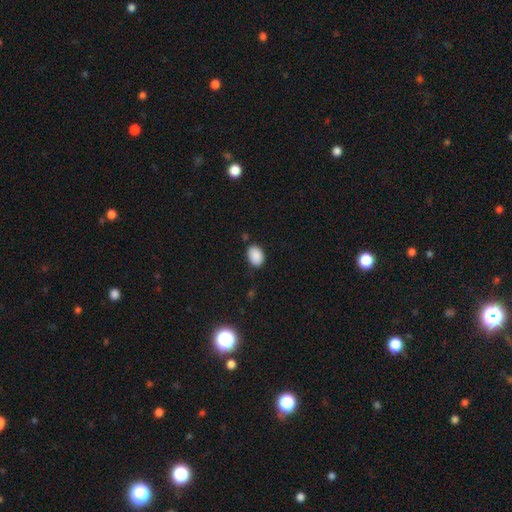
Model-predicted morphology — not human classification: Smooth or featured? smooth (89%)
How rounded? in between (83%)
Merging? none (80%)